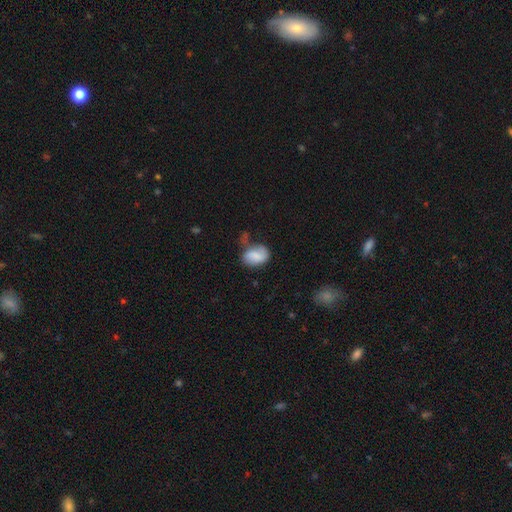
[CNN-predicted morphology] type=smooth (68%); roundness=in between (82%); merging=none (44%).